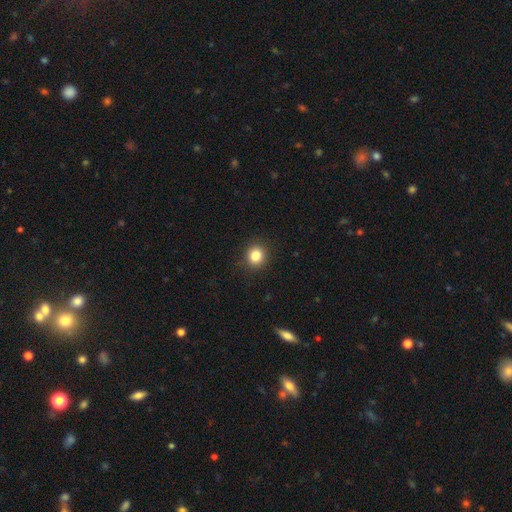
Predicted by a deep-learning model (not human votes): Morphology: type=smooth (83%); roundness=round (87%); merging=none (90%).